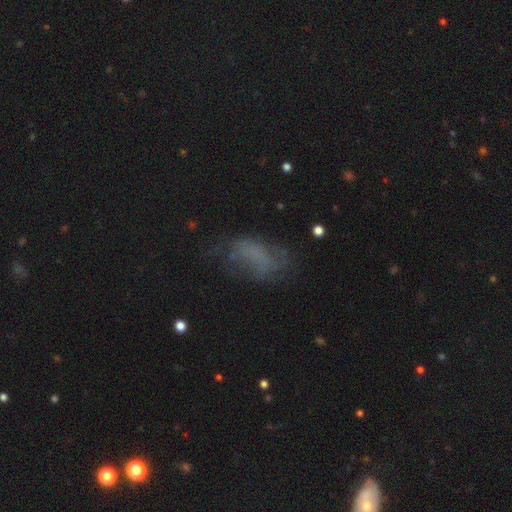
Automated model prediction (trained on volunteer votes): smooth_or_featured: smooth (p=0.49) [alt: featured or disk p=0.32]
merging: none (p=0.47) [alt: major disturbance p=0.25]